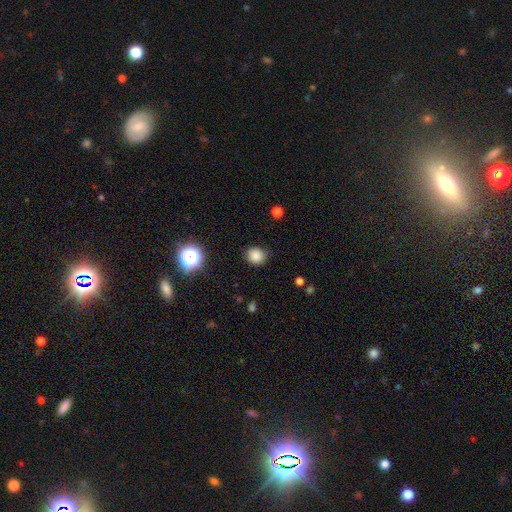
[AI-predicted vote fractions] The model was most divided on "how rounded": round: 82%, in between: 17%, cigar-shaped: 1%. More confident: merging — none (86%); smooth or featured — smooth (84%).